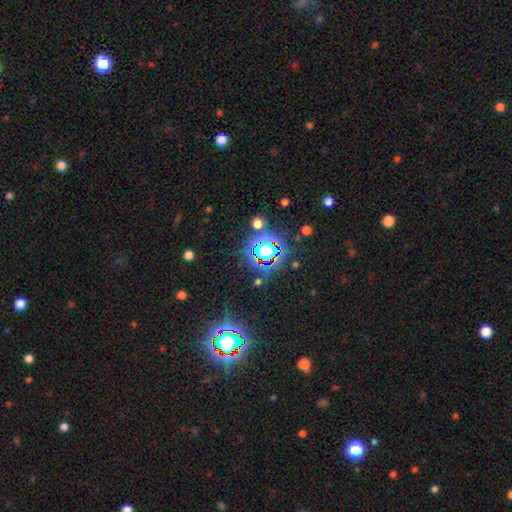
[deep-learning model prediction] The model was most divided on "smooth or featured": star or artifact: 79%, smooth: 13%, featured or disk: 8%.